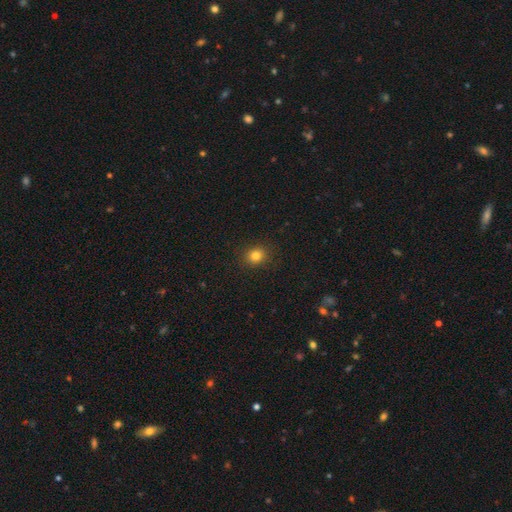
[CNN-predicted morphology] smooth-or-featured: smooth: 81% | star or artifact: 13% | featured or disk: 6%
  how-rounded: round: 76% | in between: 23% | cigar-shaped: 1%
  merging: none: 90% | minor disturbance: 7% | major disturbance: 2% | merger: 1%